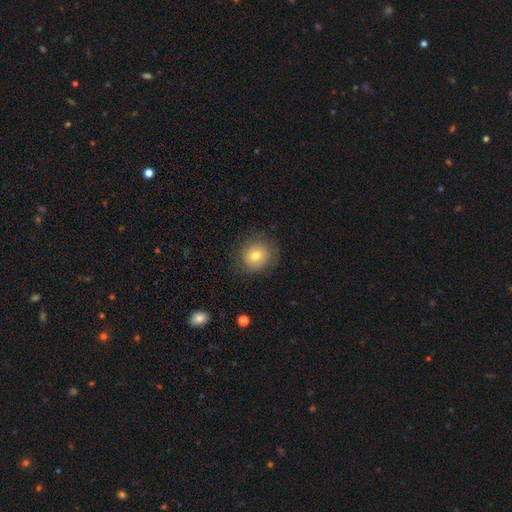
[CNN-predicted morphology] The model was most divided on "smooth or featured": smooth: 70%, featured or disk: 19%, star or artifact: 11%. More confident: how rounded — round (88%); merging — none (80%).